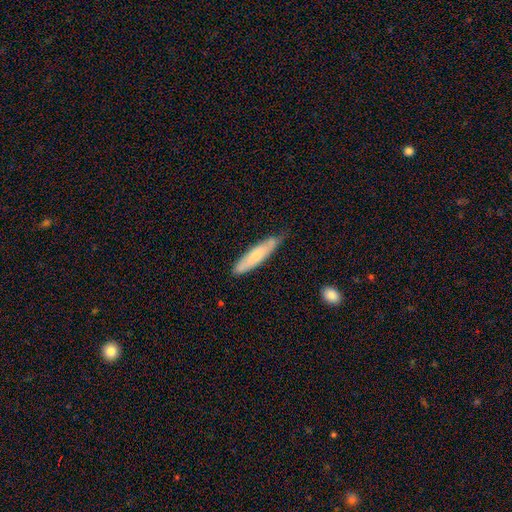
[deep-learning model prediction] smooth_or_featured: smooth (p=0.65) [alt: featured or disk p=0.29]
how_rounded: cigar-shaped (p=0.81) [alt: in between p=0.17]
merging: none (p=0.70) [alt: minor disturbance p=0.25]